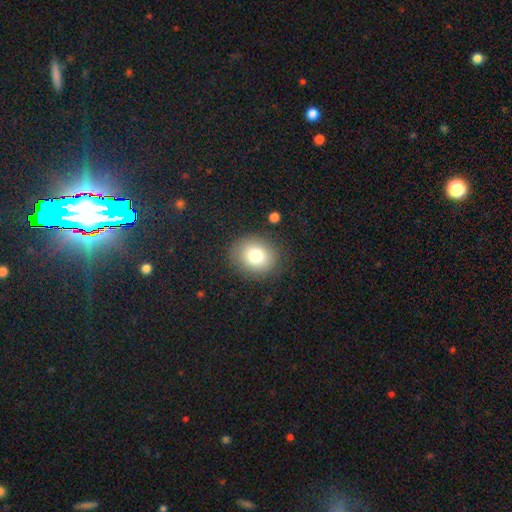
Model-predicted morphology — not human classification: The model was most divided on "how rounded": round: 68%, in between: 31%, cigar-shaped: 1%. More confident: merging — none (85%); smooth or featured — smooth (79%).